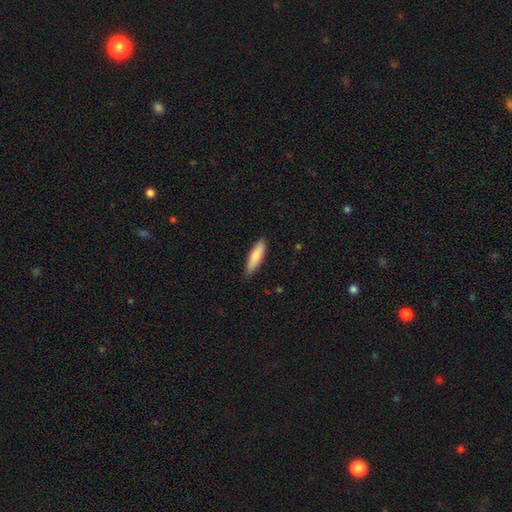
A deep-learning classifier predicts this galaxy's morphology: Smooth or featured? Predicted: smooth (p=0.80). How rounded? Predicted: cigar-shaped (p=0.60). Merging? Predicted: none (p=0.80).